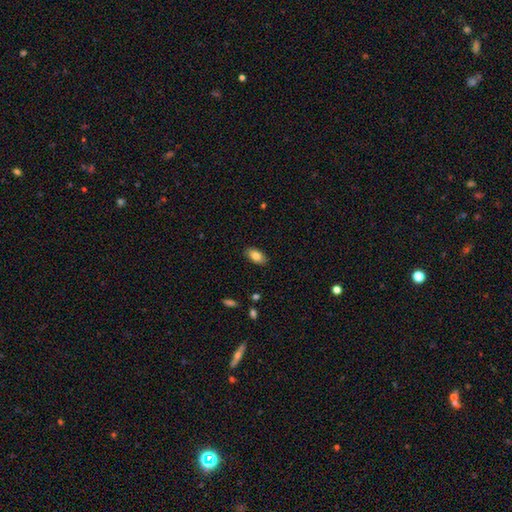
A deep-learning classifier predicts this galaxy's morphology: Smooth or featured: smooth — 83% (featured or disk — 10%)
How rounded: in between — 93% (round — 4%)
Merging: none — 87% (minor disturbance — 10%)